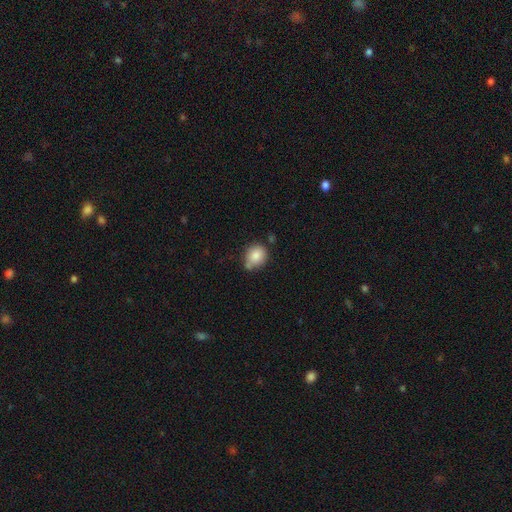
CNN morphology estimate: type=smooth (84%); roundness=round (65%); merging=none (61%).